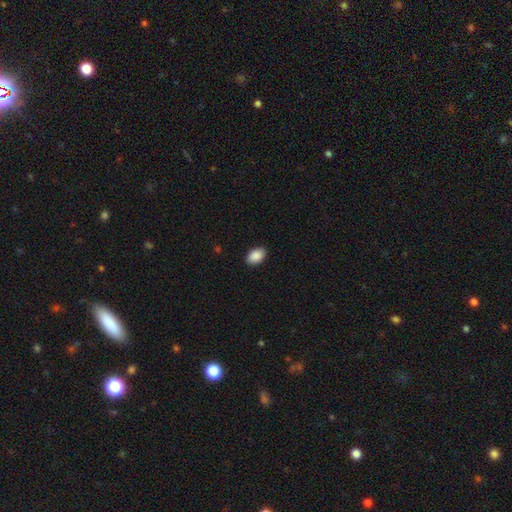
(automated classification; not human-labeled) A smooth galaxy with no disk features (90%) that is in between round and cigar-shaped (91%).

Vote fractions:
- Smooth or featured? smooth: 90% / star or artifact: 7% / featured or disk: 3%
- How rounded? in between: 91% / round: 8% / cigar-shaped: 1%
- Merging? none: 89% / minor disturbance: 8% / major disturbance: 2% / merger: 1%